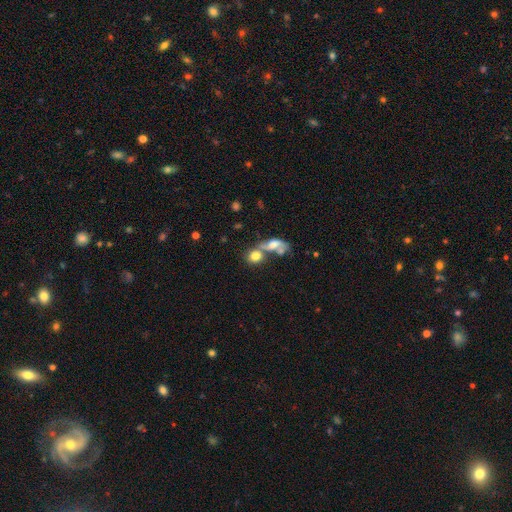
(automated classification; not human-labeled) Smooth or featured?
  - smooth: 75% *
  - featured or disk: 15%
  - star or artifact: 10%
How rounded?
  - round: 58% *
  - in between: 39%
  - cigar-shaped: 4%
Merging?
  - merger: 53% *
  - none: 29%
  - minor disturbance: 10%
  - major disturbance: 8%